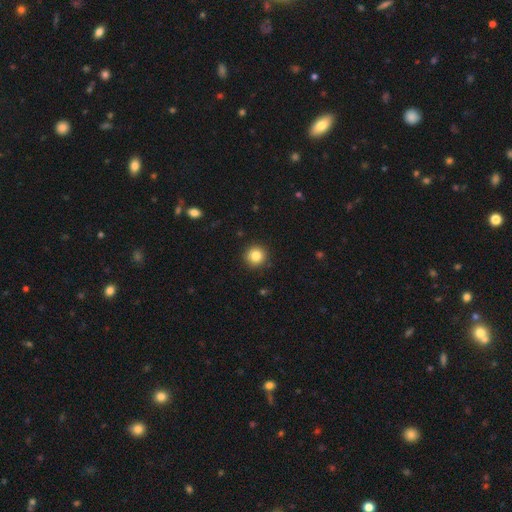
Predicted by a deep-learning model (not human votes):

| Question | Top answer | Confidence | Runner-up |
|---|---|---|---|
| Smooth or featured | smooth | 83% | star or artifact (11%) |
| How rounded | round | 95% | in between (4%) |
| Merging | none | 92% | minor disturbance (6%) |